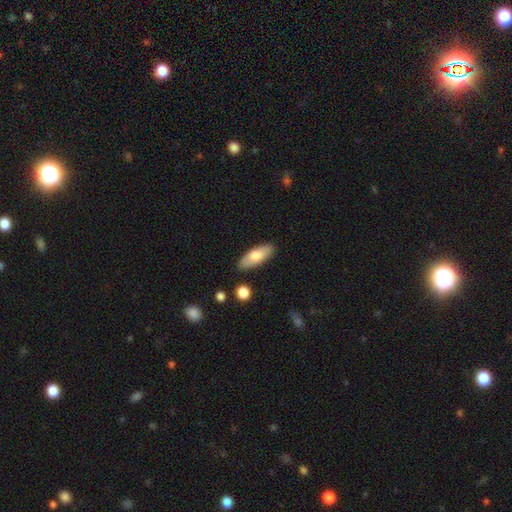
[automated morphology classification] This is likely a smooth galaxy (73%). How rounded: likely in between (73%). Merging: clearly none (85%).